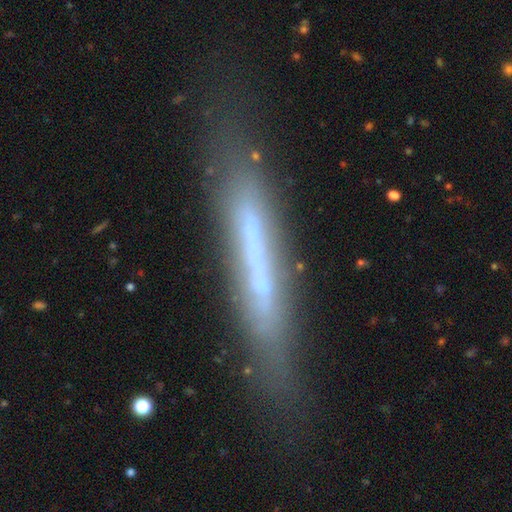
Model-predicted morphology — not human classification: Smooth or featured? Predicted: featured or disk (p=0.56). Edge-on disk? Predicted: yes (p=0.82). Merging? Predicted: none (p=0.77).